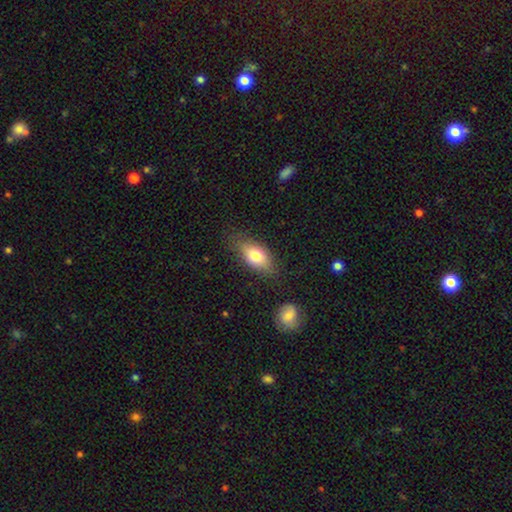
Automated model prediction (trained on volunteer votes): Smooth or featured?
  - smooth: 76% *
  - featured or disk: 17%
  - star or artifact: 7%
How rounded?
  - in between: 86% *
  - cigar-shaped: 7%
  - round: 7%
Merging?
  - none: 75% *
  - minor disturbance: 18%
  - major disturbance: 5%
  - merger: 2%